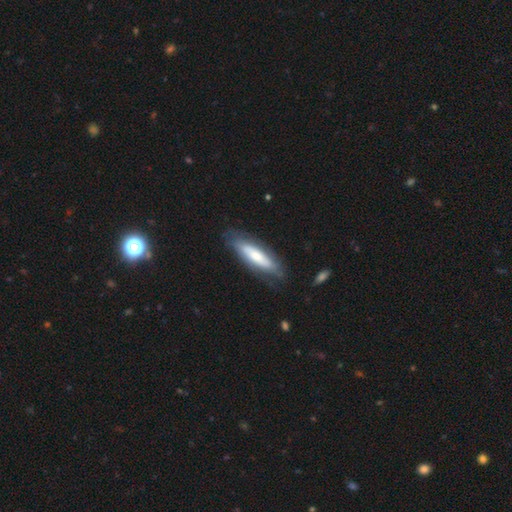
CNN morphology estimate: Overall: smooth (52%; featured or disk 42%). How rounded: cigar-shaped (64%; in between 34%). Merging: none (77%).